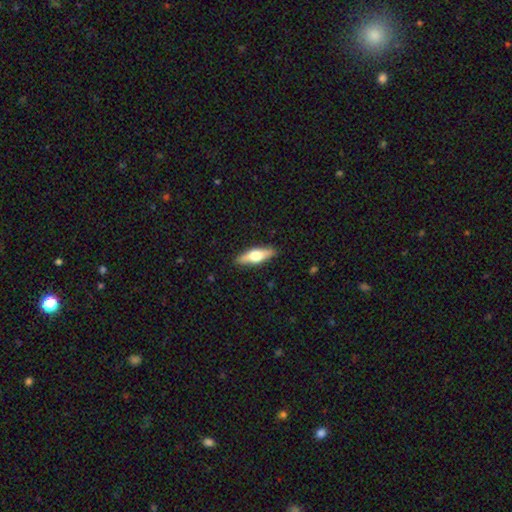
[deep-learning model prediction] The model was most divided on "smooth or featured": smooth: 48%, featured or disk: 47%, star or artifact: 6%. More confident: merging — none (89%).